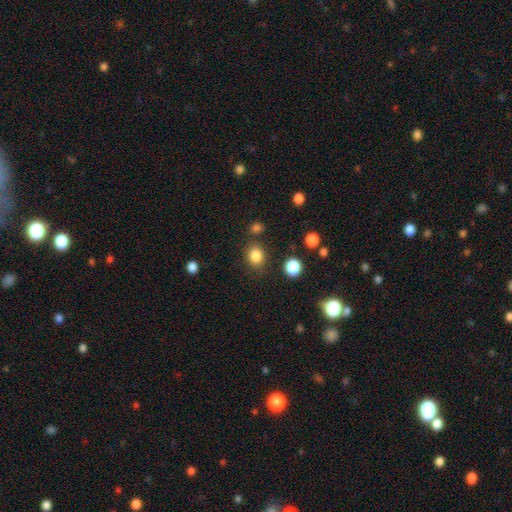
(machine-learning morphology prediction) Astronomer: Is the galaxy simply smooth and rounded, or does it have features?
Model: smooth — 84%.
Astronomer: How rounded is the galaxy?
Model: round — 62% (runner-up: in between, 37%).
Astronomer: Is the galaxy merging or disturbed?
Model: none — 80%.